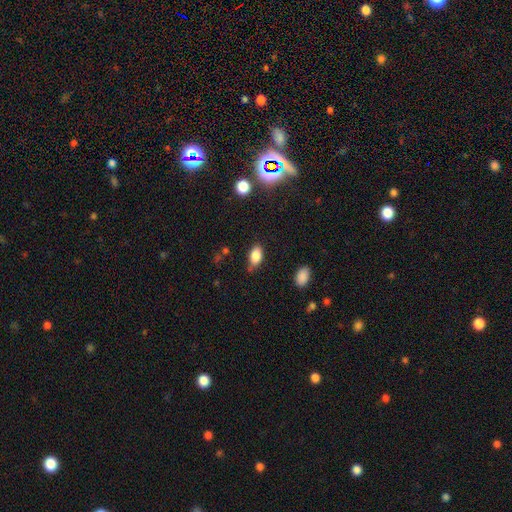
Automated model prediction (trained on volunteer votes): Q: Smooth or featured?
A: smooth (84%); runner-up: star or artifact (9%)
Q: How rounded?
A: in between (89%); runner-up: round (8%)
Q: Merging?
A: none (69%); runner-up: minor disturbance (23%)